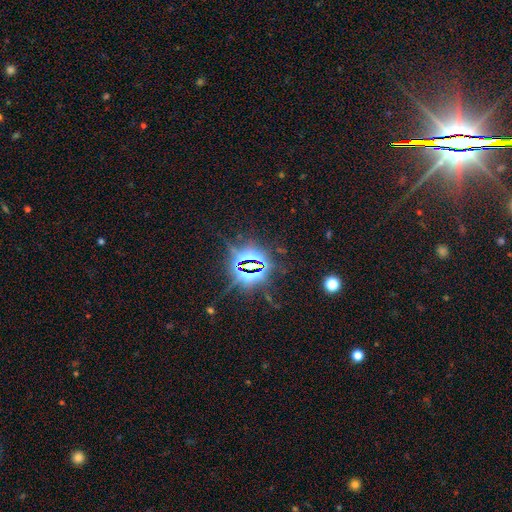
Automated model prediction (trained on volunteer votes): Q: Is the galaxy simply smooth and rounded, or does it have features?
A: star or artifact — 85%.